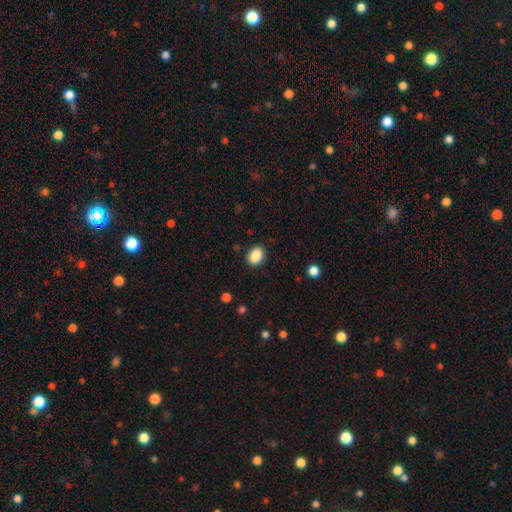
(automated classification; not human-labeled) Smooth or featured?
  - smooth: 88% *
  - star or artifact: 8%
  - featured or disk: 3%
How rounded?
  - in between: 66% *
  - round: 34%
  - cigar-shaped: 1%
Merging?
  - none: 89% *
  - minor disturbance: 8%
  - major disturbance: 2%
  - merger: 1%